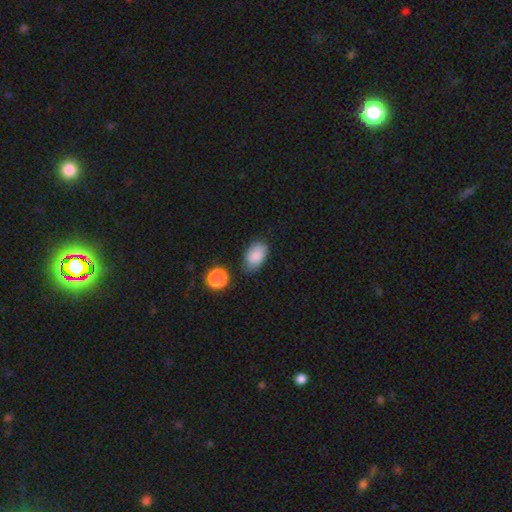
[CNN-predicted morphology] A smooth galaxy with no disk features (87%) that is in between round and cigar-shaped (90%). Merging: none (70%).